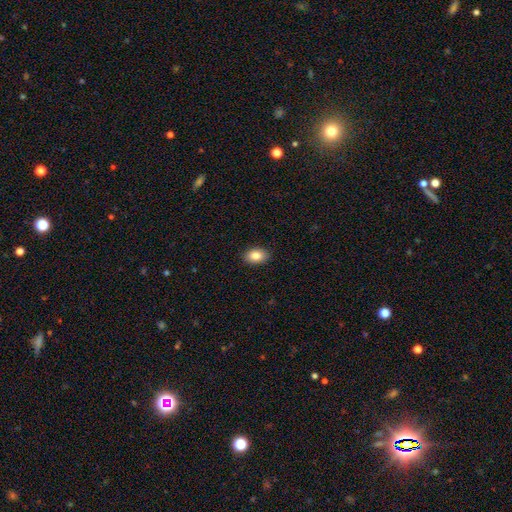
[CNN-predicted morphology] smooth-or-featured: smooth: 85% | star or artifact: 8% | featured or disk: 7%
  how-rounded: in between: 83% | round: 16% | cigar-shaped: 1%
  merging: none: 90% | minor disturbance: 7% | major disturbance: 2% | merger: 1%